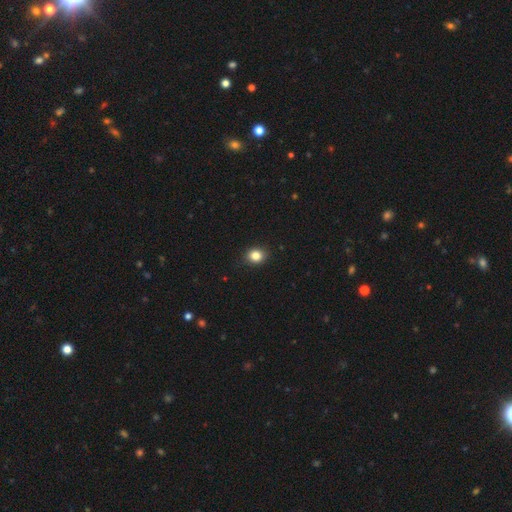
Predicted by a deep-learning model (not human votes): smooth 84%, star or artifact 11%, featured or disk 5%. Down the decision tree: how rounded — round (69%); merging — none (88%).